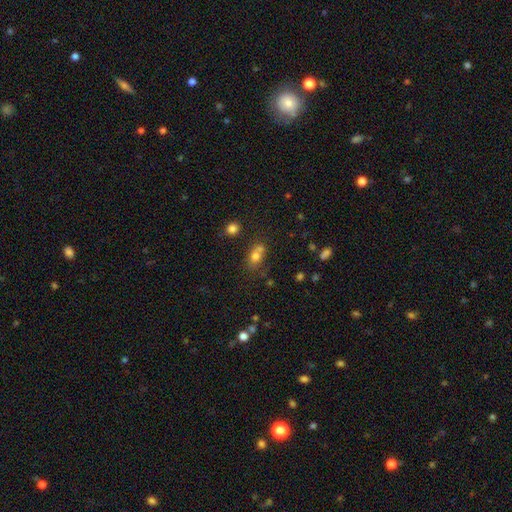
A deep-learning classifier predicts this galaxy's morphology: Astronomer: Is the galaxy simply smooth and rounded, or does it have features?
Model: smooth — 72%.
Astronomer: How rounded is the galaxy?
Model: in between — 54% (runner-up: round, 43%).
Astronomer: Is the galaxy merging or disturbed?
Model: merger — 43% (runner-up: none, 39%).